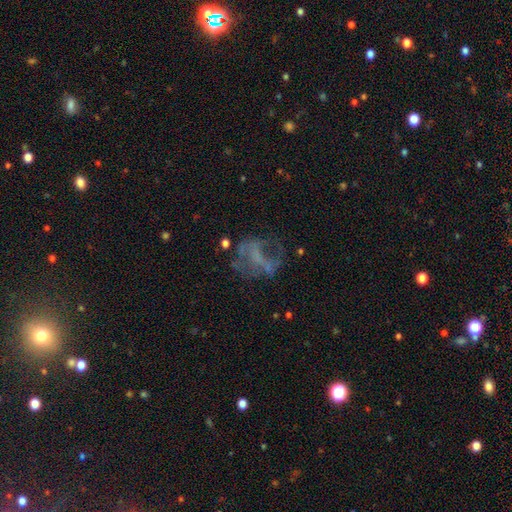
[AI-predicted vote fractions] Smooth or featured? Predicted: featured or disk (p=0.59). Edge-on disk? Predicted: no (p=0.97). Bar? Predicted: no (p=0.59). Spiral arms? Predicted: no (p=0.66). Bulge size? Predicted: none (p=0.71). Merging? Predicted: none (p=0.42).